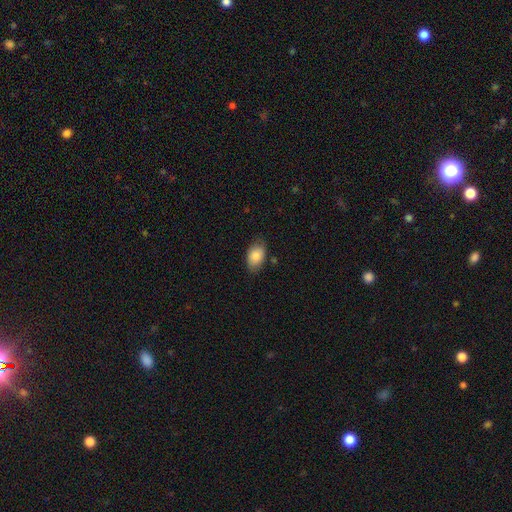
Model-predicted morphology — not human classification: Smooth or featured?
  - smooth: 82% *
  - featured or disk: 11%
  - star or artifact: 7%
How rounded?
  - in between: 88% *
  - round: 11%
  - cigar-shaped: 1%
Merging?
  - none: 77% *
  - minor disturbance: 18%
  - major disturbance: 4%
  - merger: 1%